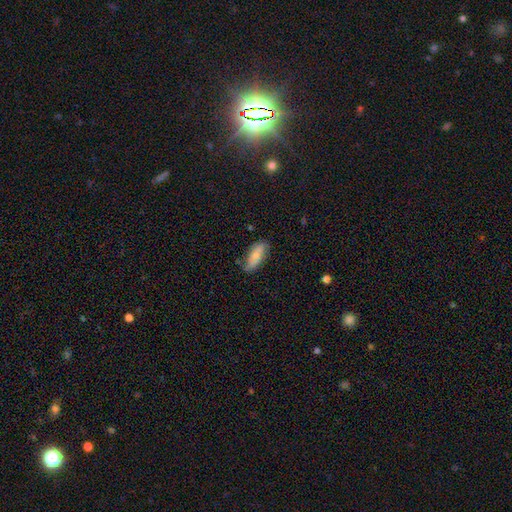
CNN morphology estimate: The model was most divided on "merging": none: 62%, minor disturbance: 29%, major disturbance: 7%, merger: 3%. More confident: how rounded — in between (76%); smooth or featured — smooth (74%).